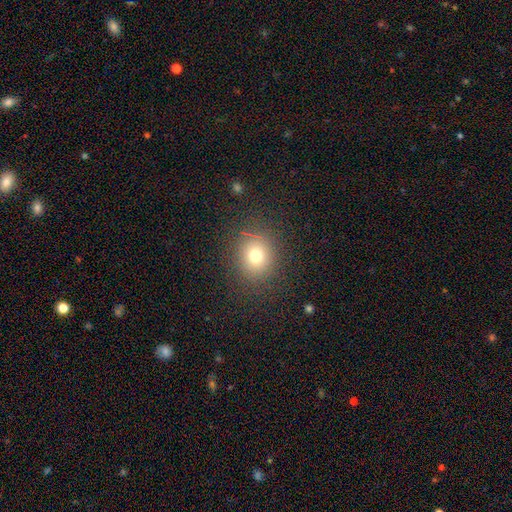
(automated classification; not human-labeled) Smooth or featured?
  - smooth: 74% *
  - star or artifact: 16%
  - featured or disk: 10%
How rounded?
  - round: 76% *
  - in between: 23%
  - cigar-shaped: 1%
Merging?
  - none: 86% *
  - minor disturbance: 9%
  - major disturbance: 4%
  - merger: 1%